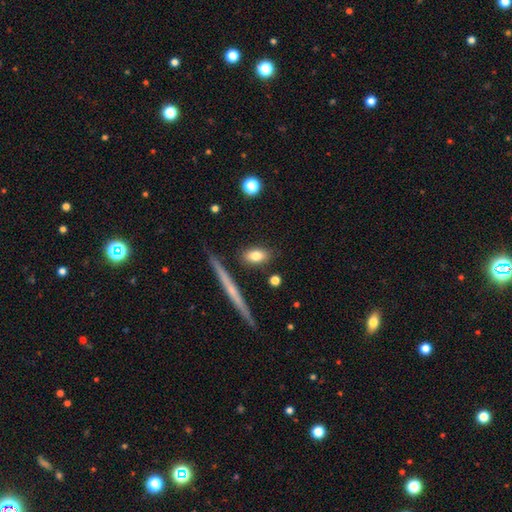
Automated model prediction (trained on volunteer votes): Smooth or featured: smooth — 78% (featured or disk — 14%)
How rounded: in between — 81% (cigar-shaped — 11%)
Merging: none — 84% (minor disturbance — 10%)